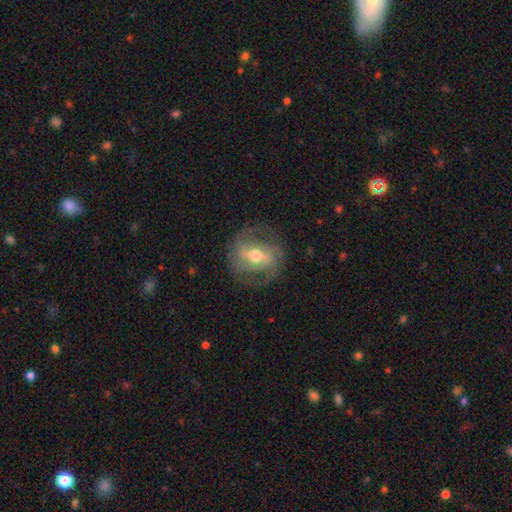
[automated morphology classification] Smooth or featured? Predicted: featured or disk (p=0.76). Edge-on disk? Predicted: no (p=0.93). Bar? Predicted: strong (p=0.42). Spiral arms? Predicted: yes (p=0.78). Spiral winding? Predicted: medium (p=0.47). Spiral arm count? Predicted: 2 (p=0.74). Bulge size? Predicted: moderate (p=0.71). Merging? Predicted: none (p=0.74).